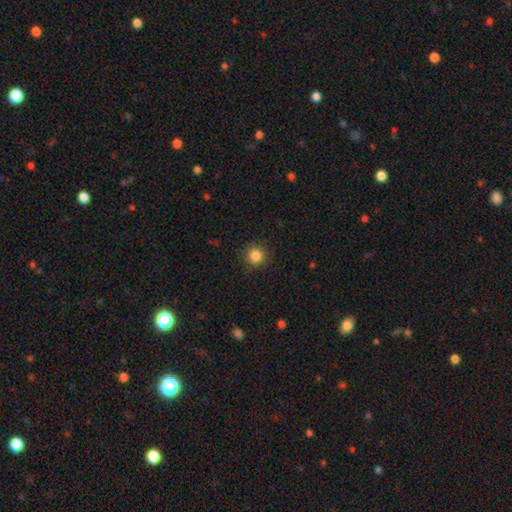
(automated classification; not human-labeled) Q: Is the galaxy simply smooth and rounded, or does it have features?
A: smooth — 85%.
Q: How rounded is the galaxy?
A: round — 93%.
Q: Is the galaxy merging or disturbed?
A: none — 90%.